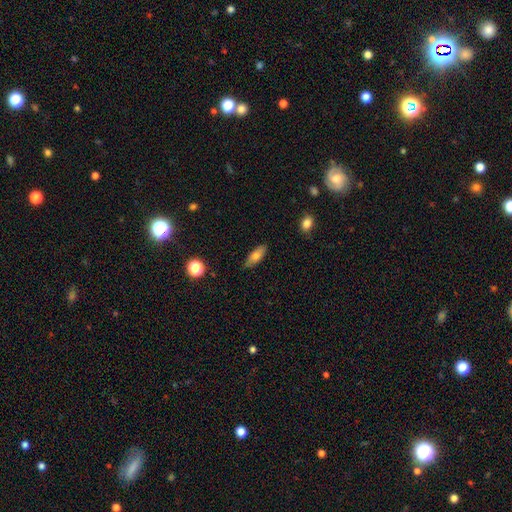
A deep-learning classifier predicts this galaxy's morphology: Smooth or featured: smooth — 74% (featured or disk — 19%)
How rounded: in between — 69% (cigar-shaped — 28%)
Merging: none — 83% (minor disturbance — 13%)